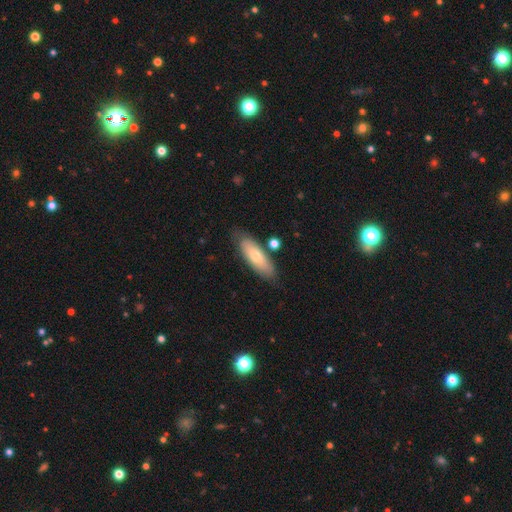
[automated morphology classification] Q: Smooth or featured?
A: smooth (66%); runner-up: featured or disk (28%)
Q: How rounded?
A: in between (61%); runner-up: cigar-shaped (37%)
Q: Merging?
A: none (77%); runner-up: minor disturbance (15%)